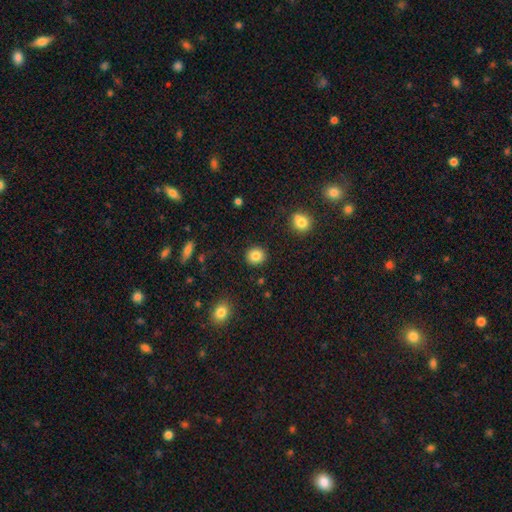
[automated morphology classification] Smooth or featured: smooth — 85% (star or artifact — 10%)
How rounded: round — 88% (in between — 11%)
Merging: none — 91% (minor disturbance — 6%)